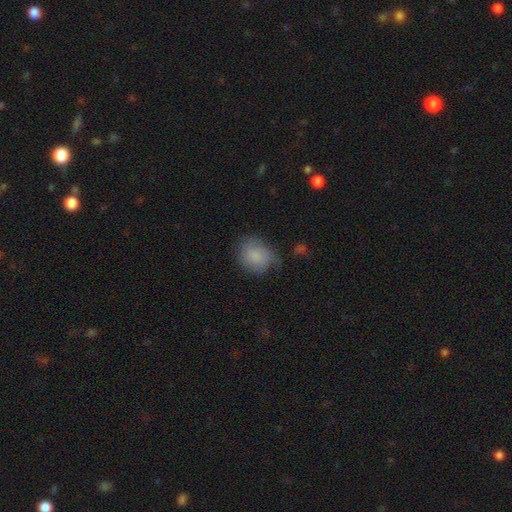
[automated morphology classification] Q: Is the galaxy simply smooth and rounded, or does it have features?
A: smooth — 83%.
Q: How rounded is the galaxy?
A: round — 57%.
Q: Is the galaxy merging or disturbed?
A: none — 57%.